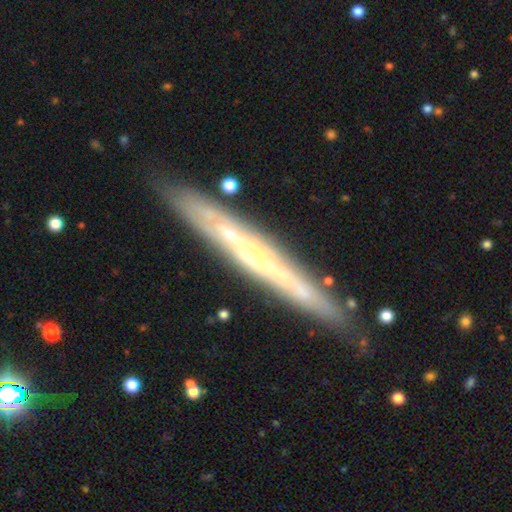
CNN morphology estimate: A featured or disk galaxy (74%) viewed edge-on (90%) with no central bulge (68%). Merging: none (85%).